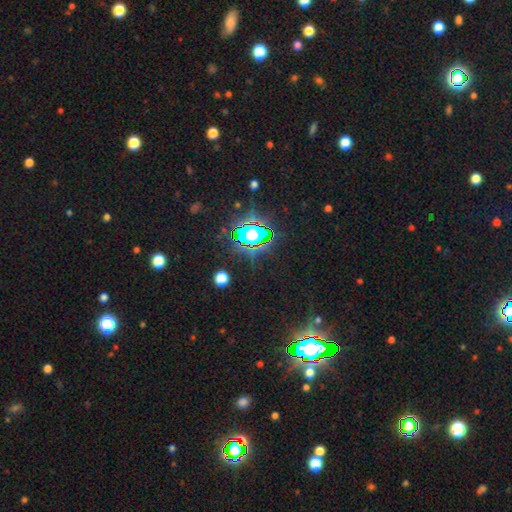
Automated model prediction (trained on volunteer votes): This appears to be a star or artifact, not a galaxy (83%).